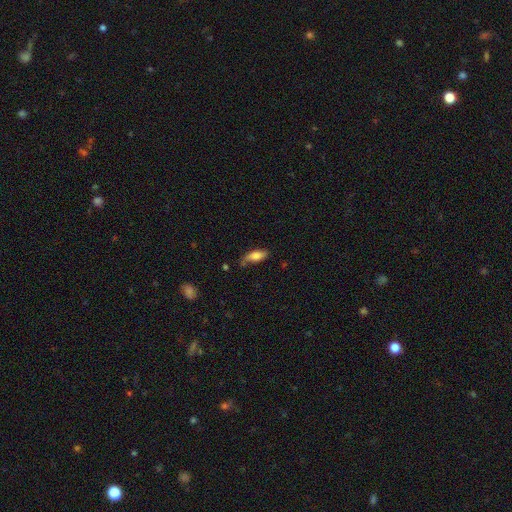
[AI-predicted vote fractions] smooth 72%, featured or disk 20%, star or artifact 8%. Down the decision tree: how rounded — in between (76%); merging — none (59%).